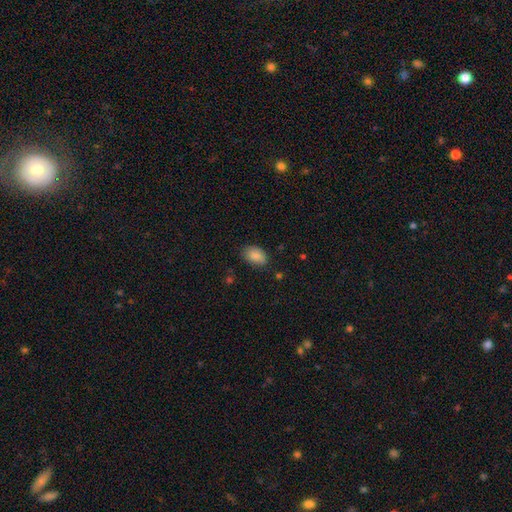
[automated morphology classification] Smooth or featured?
  - smooth: 87% *
  - star or artifact: 8%
  - featured or disk: 5%
How rounded?
  - in between: 87% *
  - round: 12%
  - cigar-shaped: 1%
Merging?
  - none: 74% *
  - minor disturbance: 20%
  - major disturbance: 4%
  - merger: 2%